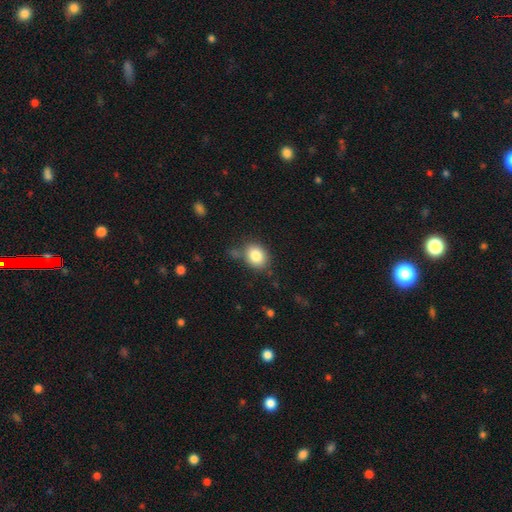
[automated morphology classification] Overall: smooth (83%). How rounded: round (52%; in between 47%). Merging: none (70%).